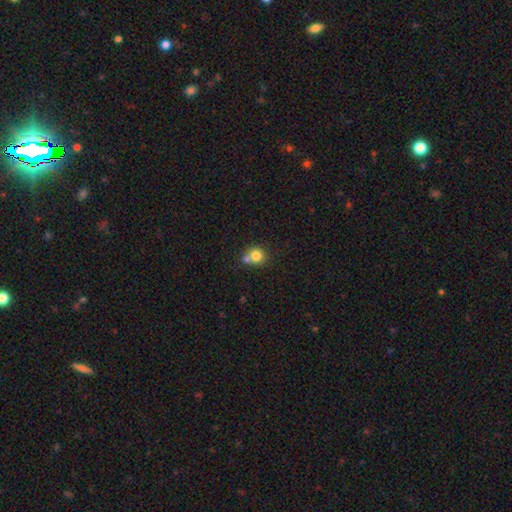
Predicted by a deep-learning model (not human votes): Morphology: type=smooth (79%); roundness=round (86%); merging=none (50%).